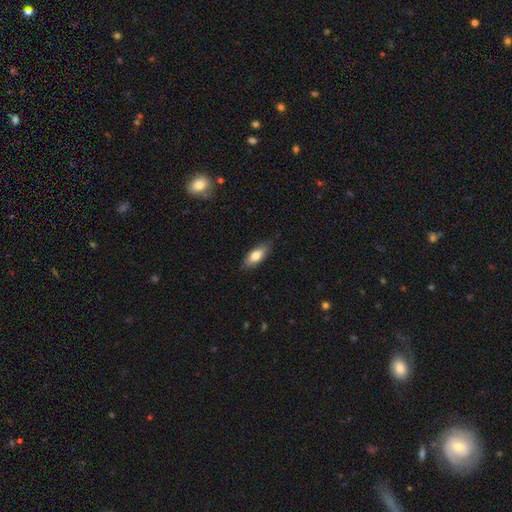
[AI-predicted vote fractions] This appears to be a smooth galaxy with no disk features (74%) that is in between round and cigar-shaped (76%). Merging: none (82%).